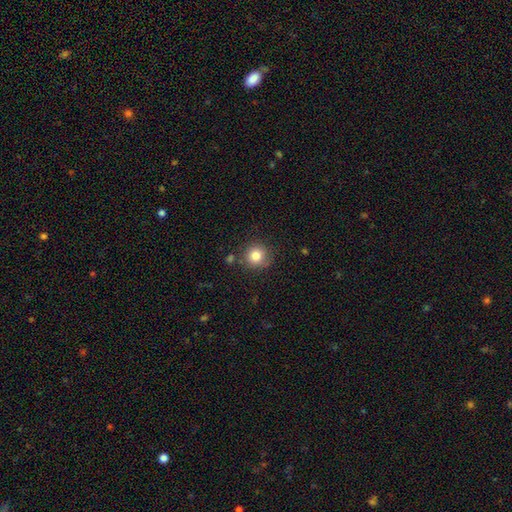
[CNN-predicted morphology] Overall: smooth (82%). How rounded: round (92%). Merging: none (82%).